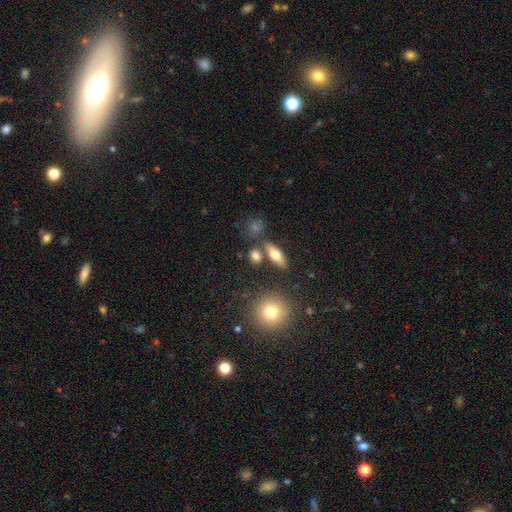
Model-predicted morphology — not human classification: This is likely a smooth galaxy (74%). How rounded: possibly in between (50%). Merging: likely none (74%).